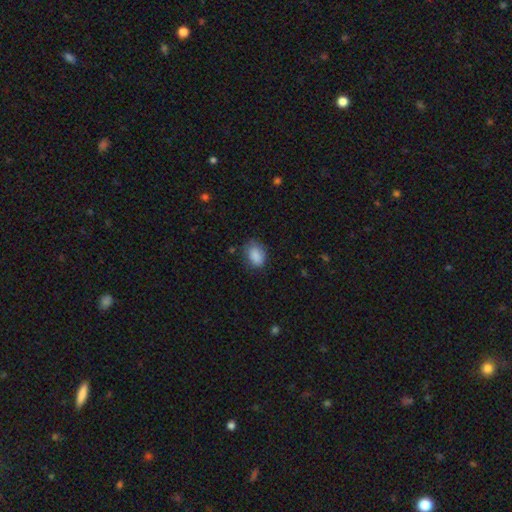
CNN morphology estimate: Overall: smooth (87%). How rounded: in between (77%). Merging: none (71%).